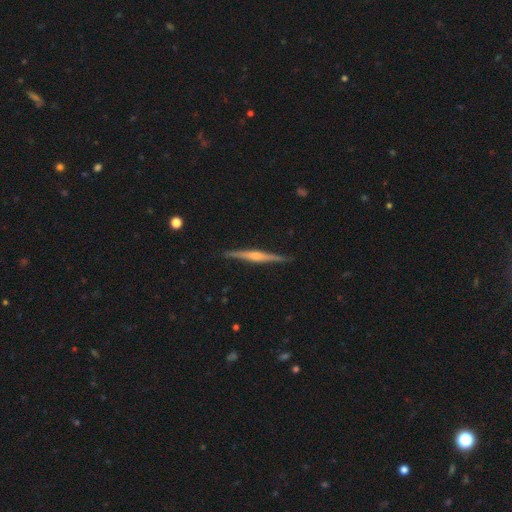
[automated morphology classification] Smooth or featured?
  - featured or disk: 76% *
  - smooth: 19%
  - star or artifact: 5%
Edge-on disk?
  - yes: 98% *
  - no: 2%
Edge-on bulge?
  - rounded: 69% *
  - none: 16%
  - boxy: 15%
Merging?
  - none: 90% *
  - minor disturbance: 7%
  - major disturbance: 1%
  - merger: 1%